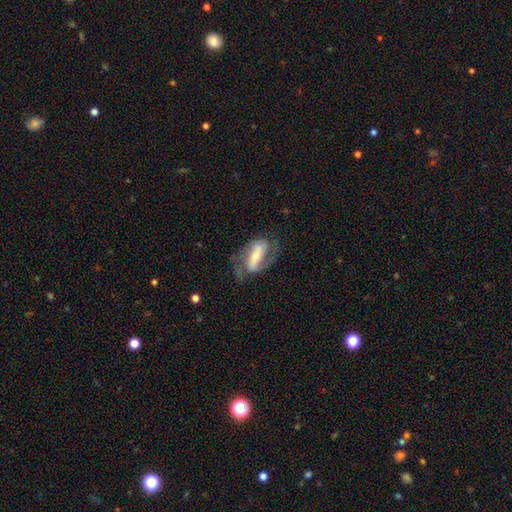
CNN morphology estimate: Smooth or featured?
  - featured or disk: 83% *
  - smooth: 12%
  - star or artifact: 5%
Edge-on disk?
  - no: 95% *
  - yes: 5%
Bar?
  - strong: 59% *
  - weak: 26%
  - no: 14%
Spiral arms?
  - yes: 92% *
  - no: 8%
Spiral winding?
  - medium: 50% *
  - tight: 25%
  - loose: 25%
Spiral arm count?
  - 2: 86% *
  - can't tell: 5%
  - 1: 5%
  - 3: 2%
  - 4: 1%
  - more than 4: 1%
Bulge size?
  - small: 48% *
  - moderate: 42%
  - large: 6%
  - none: 3%
  - dominant: 1%
Merging?
  - none: 65% *
  - minor disturbance: 18%
  - major disturbance: 14%
  - merger: 2%